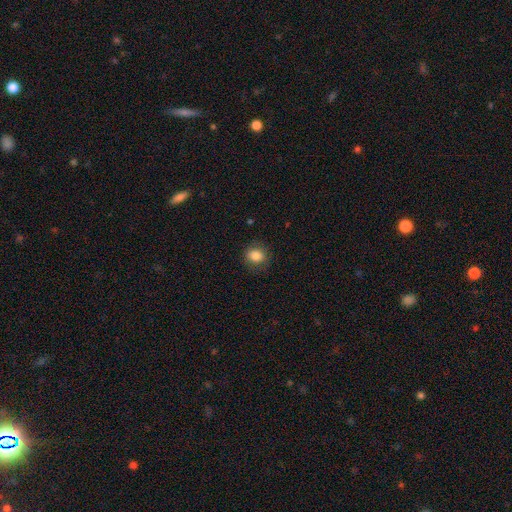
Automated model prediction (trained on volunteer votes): smooth-or-featured: smooth: 85% | star or artifact: 9% | featured or disk: 6%
  how-rounded: round: 64% | in between: 35% | cigar-shaped: 1%
  merging: none: 82% | minor disturbance: 13% | major disturbance: 4% | merger: 1%